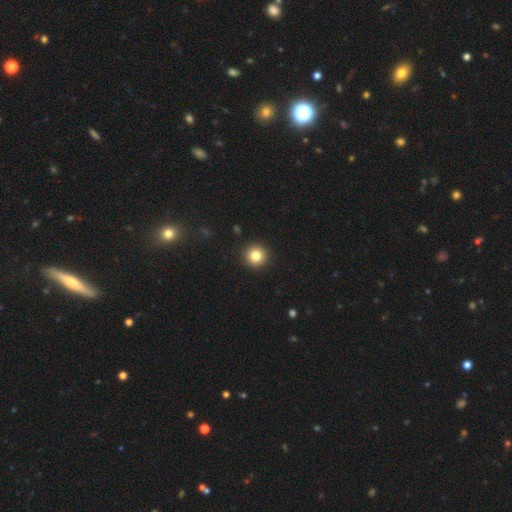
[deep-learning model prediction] smooth-or-featured: smooth: 82% | star or artifact: 11% | featured or disk: 7%
  how-rounded: round: 95% | in between: 4% | cigar-shaped: 1%
  merging: none: 93% | minor disturbance: 4% | major disturbance: 2% | merger: 1%